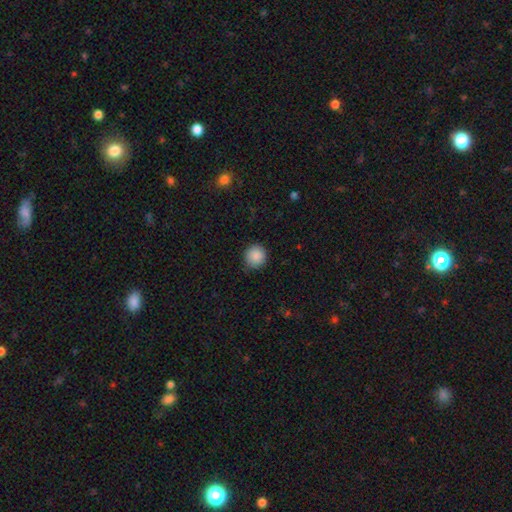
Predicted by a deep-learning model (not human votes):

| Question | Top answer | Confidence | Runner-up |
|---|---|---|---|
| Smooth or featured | smooth | 88% | star or artifact (9%) |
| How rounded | round | 93% | in between (6%) |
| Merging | none | 85% | minor disturbance (12%) |